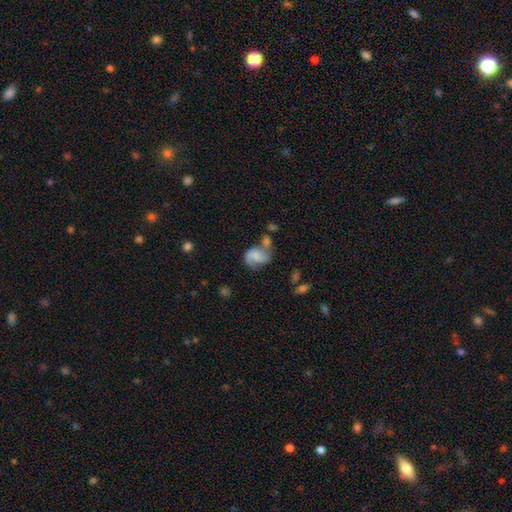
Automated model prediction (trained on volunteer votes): This appears to be a featured or disk galaxy (55%) with no bar (50%), spiral arms (85%) and no central bulge (39%). Merging: none (38%).